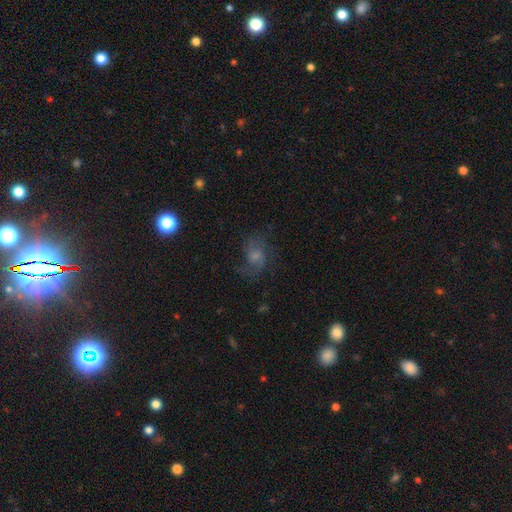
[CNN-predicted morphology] featured or disk 55%, smooth 31%, star or artifact 14%. Down the decision tree: edge-on disk — no (97%); bar — no (61%); spiral arms — yes (86%); bulge size — small (36%); merging — none (56%).